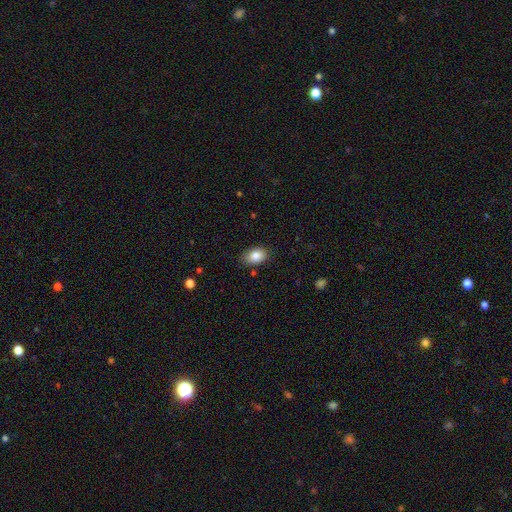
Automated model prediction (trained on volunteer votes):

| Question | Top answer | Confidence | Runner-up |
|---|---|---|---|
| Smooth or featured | smooth | 85% | star or artifact (8%) |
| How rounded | in between | 85% | round (14%) |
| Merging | none | 83% | minor disturbance (13%) |